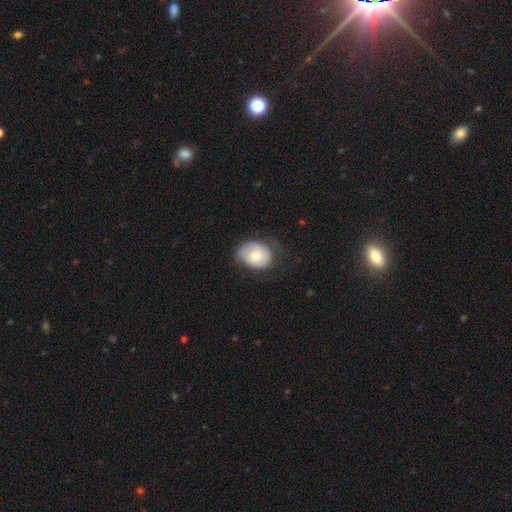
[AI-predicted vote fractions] A smooth galaxy with no disk features (67%) that is in between round and cigar-shaped (62%).

Vote fractions:
- Smooth or featured? smooth: 67% / featured or disk: 26% / star or artifact: 7%
- How rounded? in between: 62% / round: 38% / cigar-shaped: 1%
- Merging? none: 59% / minor disturbance: 31% / major disturbance: 9% / merger: 1%